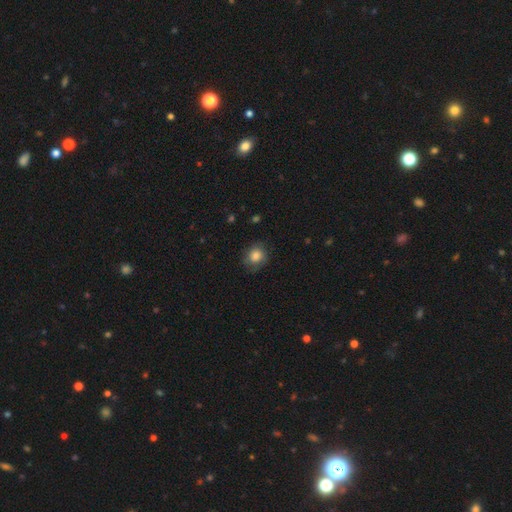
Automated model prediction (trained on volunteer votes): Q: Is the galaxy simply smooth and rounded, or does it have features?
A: smooth — 80%.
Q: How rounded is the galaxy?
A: round — 79%.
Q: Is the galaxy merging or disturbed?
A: none — 74%.